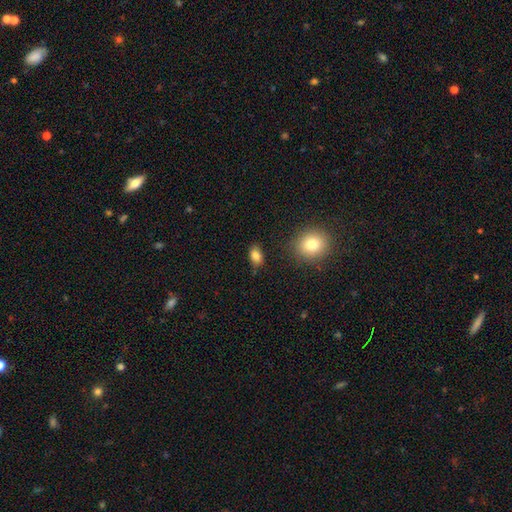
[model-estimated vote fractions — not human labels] Overall: smooth (84%). How rounded: in between (85%). Merging: none (81%).